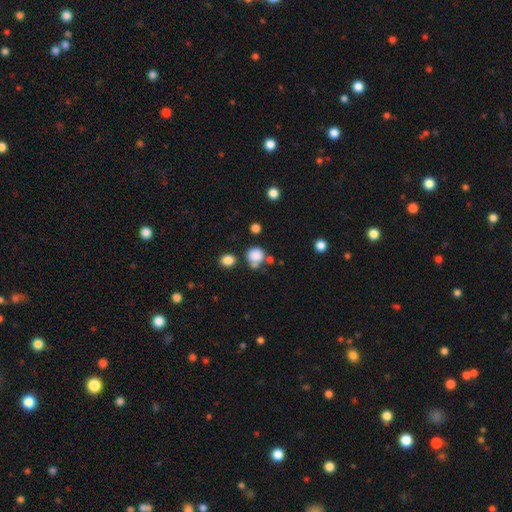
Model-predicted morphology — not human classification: Smooth or featured? smooth (83%)
How rounded? round (82%)
Merging? none (55%)